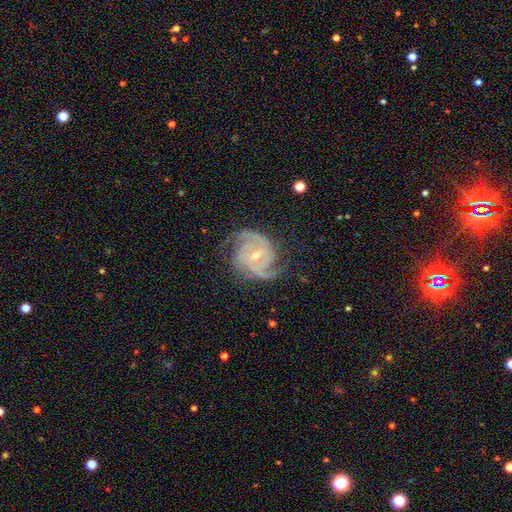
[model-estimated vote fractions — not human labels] Smooth or featured: featured or disk — 91% (star or artifact — 5%)
Edge-on disk: no — 98% (yes — 2%)
Bar: weak — 44% (no — 38%)
Spiral arms: yes — 98% (no — 2%)
Spiral winding: tight — 50% (medium — 42%)
Spiral arm count: 2 — 37% (3 — 34%)
Bulge size: small — 60% (moderate — 37%)
Merging: none — 75% (minor disturbance — 17%)